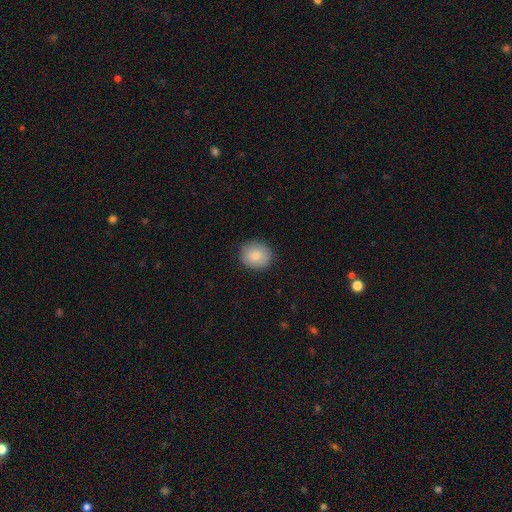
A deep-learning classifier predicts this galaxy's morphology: This is clearly a smooth galaxy (84%). How rounded: likely round (70%). Merging: clearly none (86%).